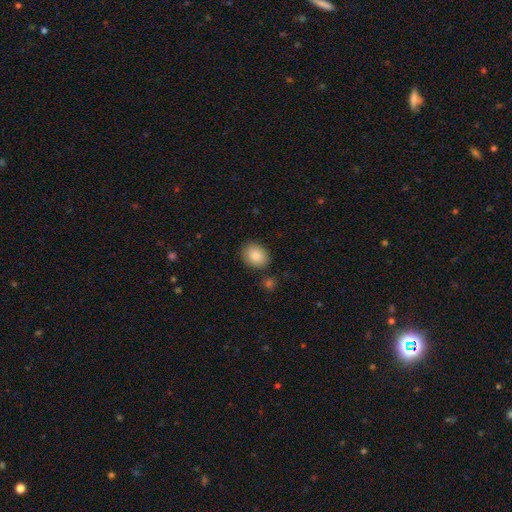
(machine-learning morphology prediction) smooth-or-featured: smooth: 87% | star or artifact: 7% | featured or disk: 5%
  how-rounded: in between: 61% | round: 38% | cigar-shaped: 1%
  merging: none: 82% | minor disturbance: 11% | merger: 4% | major disturbance: 3%